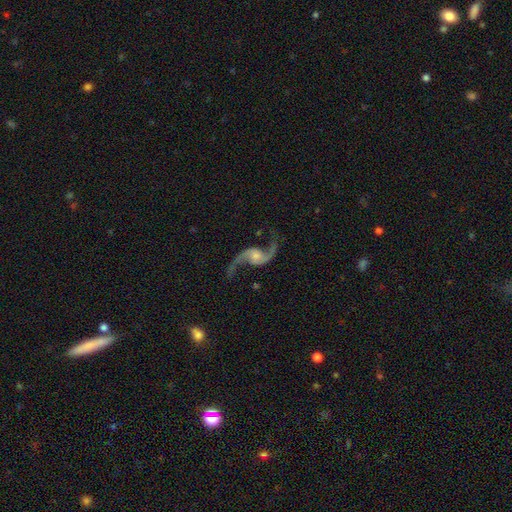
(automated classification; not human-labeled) Smooth or featured?
  - featured or disk: 92% *
  - star or artifact: 5%
  - smooth: 3%
Edge-on disk?
  - no: 97% *
  - yes: 3%
Bar?
  - no: 62% *
  - weak: 29%
  - strong: 9%
Spiral arms?
  - yes: 98% *
  - no: 2%
Spiral winding?
  - loose: 84% *
  - medium: 13%
  - tight: 3%
Spiral arm count?
  - 2: 95% *
  - 1: 1%
  - can't tell: 1%
  - 3: 1%
  - 4: 1%
  - more than 4: 1%
Bulge size?
  - small: 48% *
  - moderate: 36%
  - none: 9%
  - large: 6%
  - dominant: 2%
Merging?
  - none: 78% *
  - minor disturbance: 12%
  - major disturbance: 8%
  - merger: 2%